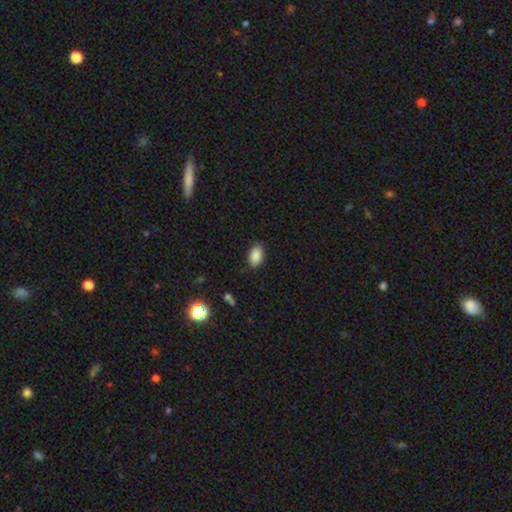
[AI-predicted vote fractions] Morphology: type=smooth (88%); roundness=in between (90%); merging=none (86%).